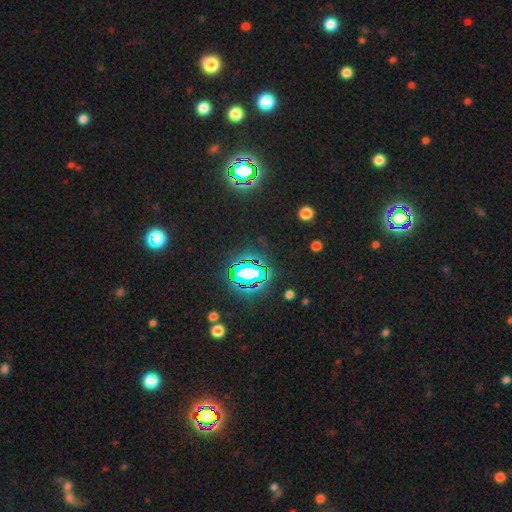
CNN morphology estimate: smooth_or_featured: star or artifact (p=0.83) [alt: smooth p=0.11]